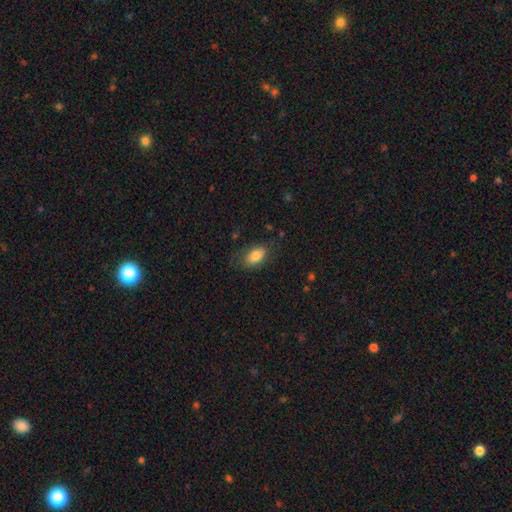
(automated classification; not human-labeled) smooth_or_featured: smooth (p=0.81) [alt: featured or disk p=0.11]
how_rounded: in between (p=0.91) [alt: round p=0.06]
merging: none (p=0.75) [alt: minor disturbance p=0.17]